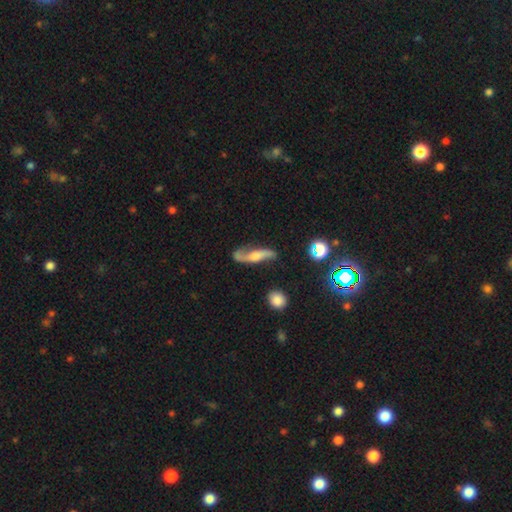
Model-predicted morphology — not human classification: The model was most divided on "bar": no: 49%, weak: 32%, strong: 18%. Remaining: spiral arms — yes (93%); spiral arm count — 2 (89%); edge-on disk — no (79%); smooth or featured — featured or disk (76%); merging — none (70%); spiral winding — loose (69%); bulge size — moderate (49%).